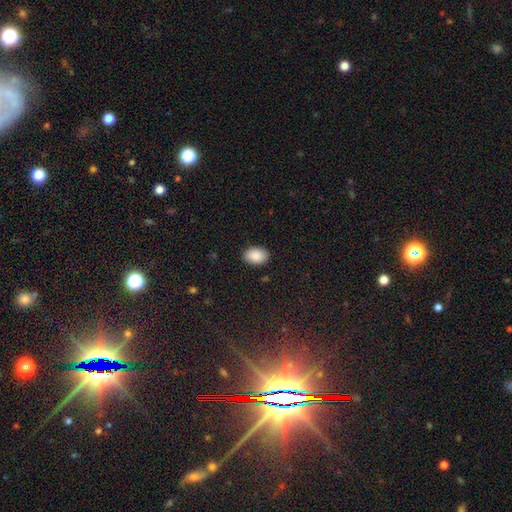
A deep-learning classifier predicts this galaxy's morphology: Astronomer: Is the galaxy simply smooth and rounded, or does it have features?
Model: smooth — 89%.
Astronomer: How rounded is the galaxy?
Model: in between — 85%.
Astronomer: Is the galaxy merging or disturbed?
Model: none — 88%.